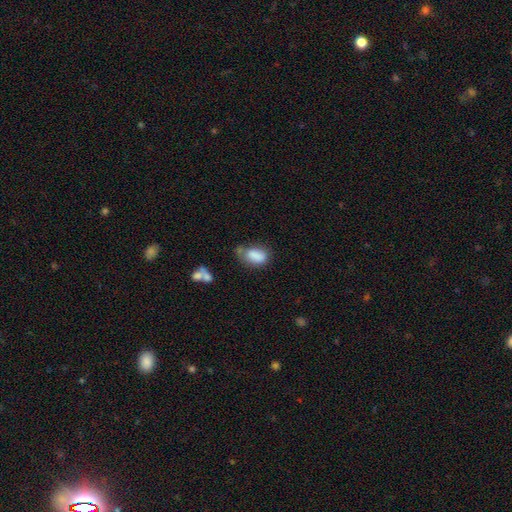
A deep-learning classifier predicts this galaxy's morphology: Smooth or featured? smooth (83%)
How rounded? in between (89%)
Merging? none (44%)